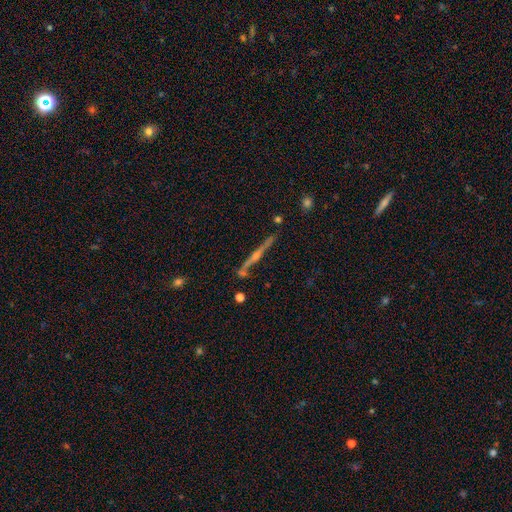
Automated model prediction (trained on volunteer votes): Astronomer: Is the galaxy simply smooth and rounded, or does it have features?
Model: featured or disk — 79%.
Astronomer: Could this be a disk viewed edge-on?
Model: yes — 98%.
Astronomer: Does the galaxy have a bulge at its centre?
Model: rounded — 80%.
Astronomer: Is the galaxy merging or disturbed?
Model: none — 80%.